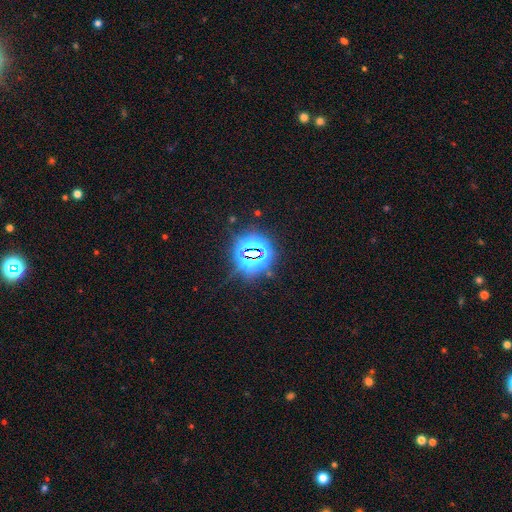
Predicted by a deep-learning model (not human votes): Smooth or featured? star or artifact (79%)